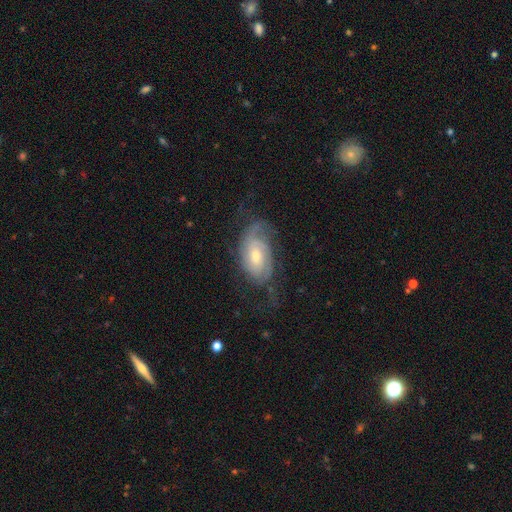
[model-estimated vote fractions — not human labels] The model was most divided on "spiral arm count": 2: 36%, can't tell: 33%, 3: 16%, 1: 6%, 4: 6%, more than 4: 4%. More confident: edge-on disk — no (95%); spiral arms — yes (94%); smooth or featured — featured or disk (80%); merging — none (61%); bar — no (61%); bulge size — moderate (55%); spiral winding — tight (53%).